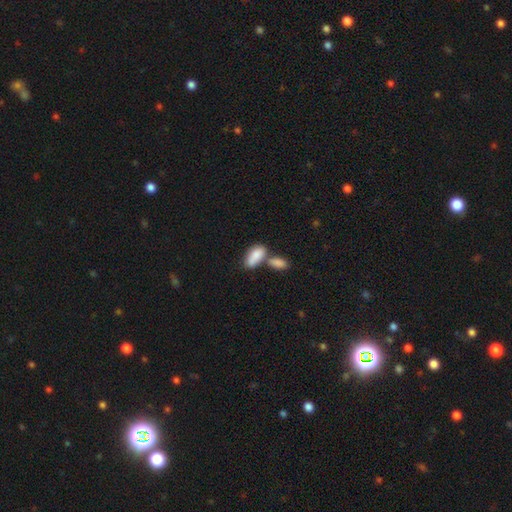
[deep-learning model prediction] A smooth galaxy with no disk features (83%) that is in between round and cigar-shaped (90%).

Vote fractions:
- Smooth or featured? smooth: 83% / featured or disk: 11% / star or artifact: 6%
- How rounded? in between: 90% / cigar-shaped: 6% / round: 3%
- Merging? merger: 54% / none: 29% / minor disturbance: 12% / major disturbance: 5%